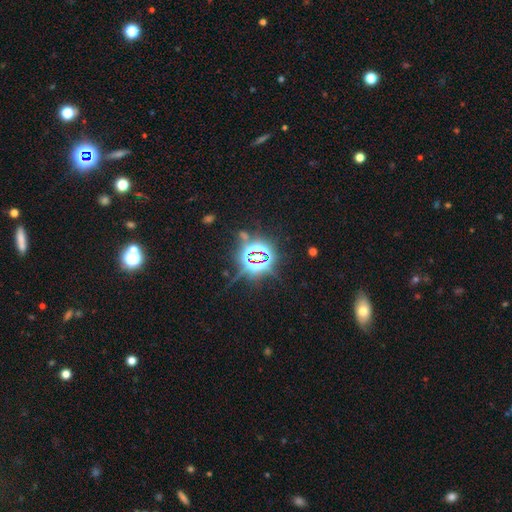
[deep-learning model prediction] Q: Smooth or featured?
A: star or artifact (83%); runner-up: smooth (10%)